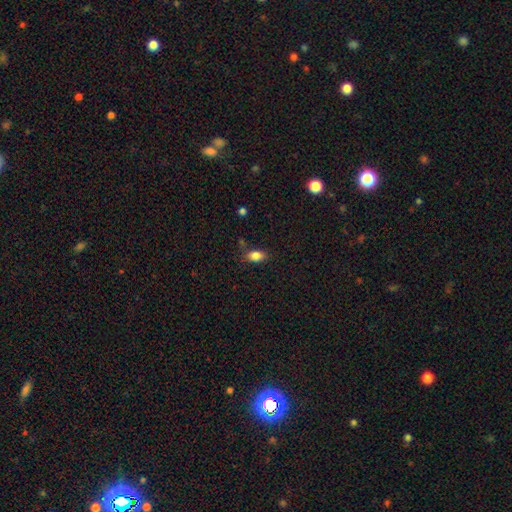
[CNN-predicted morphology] A smooth galaxy with no disk features (85%) that is in between round and cigar-shaped (89%). Merging: none (75%).